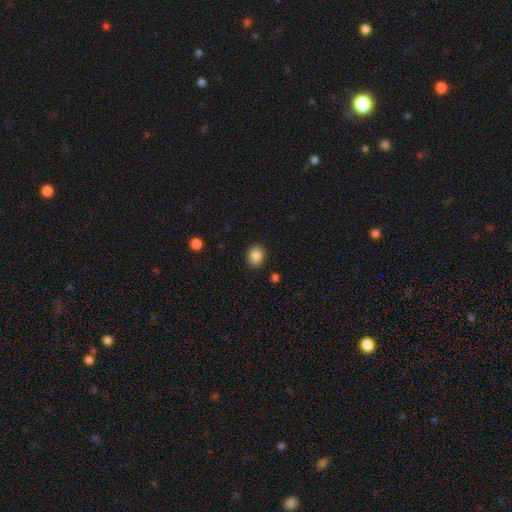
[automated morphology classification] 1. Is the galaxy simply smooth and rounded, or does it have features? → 87% smooth, 9% star or artifact, 4% featured or disk.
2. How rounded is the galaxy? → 54% round, 45% in between, 1% cigar-shaped.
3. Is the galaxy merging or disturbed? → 89% none, 8% minor disturbance, 2% major disturbance, 1% merger.